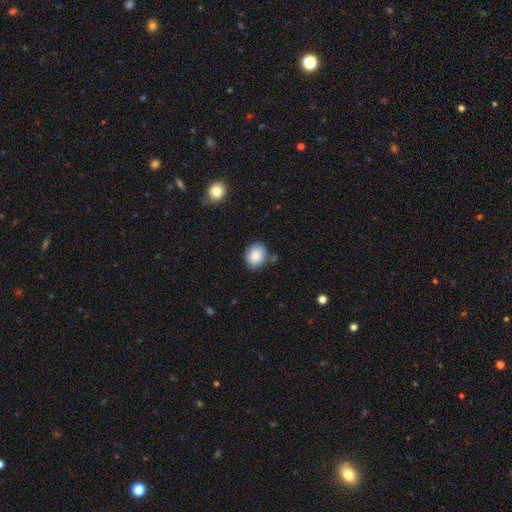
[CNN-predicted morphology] smooth 86%, star or artifact 8%, featured or disk 6%. Down the decision tree: how rounded — in between (50%); merging — none (77%).